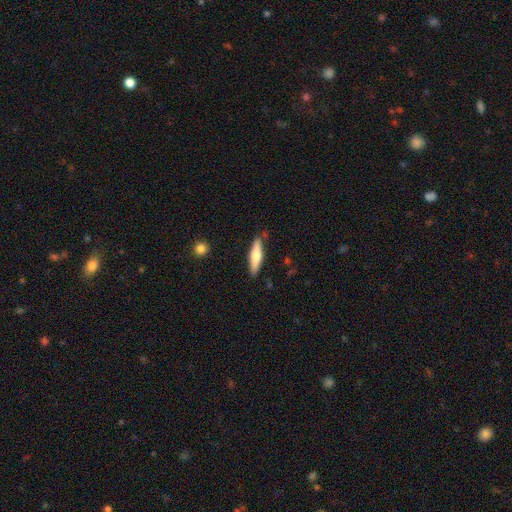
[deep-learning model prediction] This is possibly a smooth galaxy (53%). How rounded: likely cigar-shaped (74%). Merging: clearly none (84%).